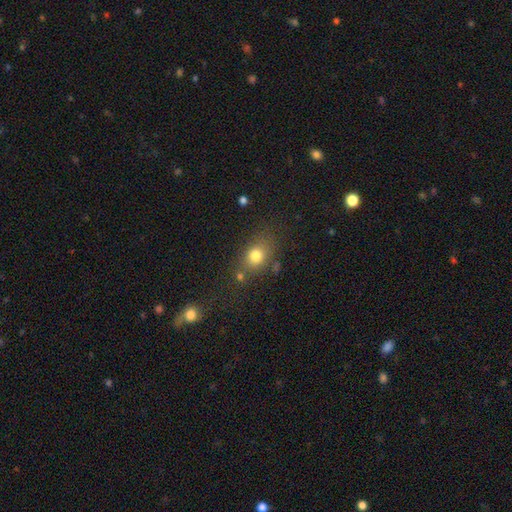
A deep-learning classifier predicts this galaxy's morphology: Smooth or featured: smooth — 77% (star or artifact — 13%)
How rounded: in between — 51% (round — 47%)
Merging: none — 67% (minor disturbance — 16%)